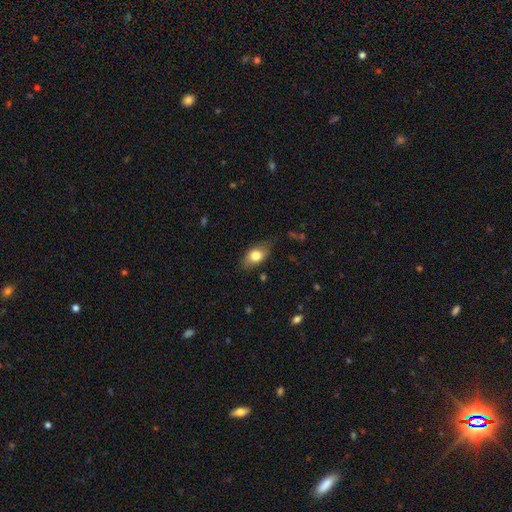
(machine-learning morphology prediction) Q: Smooth or featured?
A: smooth (78%); runner-up: featured or disk (15%)
Q: How rounded?
A: in between (85%); runner-up: round (12%)
Q: Merging?
A: none (71%); runner-up: minor disturbance (22%)